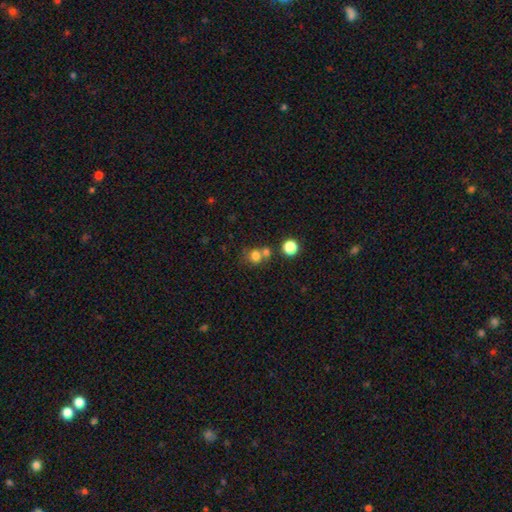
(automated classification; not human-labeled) Smooth or featured?
  - smooth: 74% *
  - star or artifact: 15%
  - featured or disk: 11%
How rounded?
  - round: 76% *
  - in between: 23%
  - cigar-shaped: 1%
Merging?
  - none: 46% *
  - merger: 39%
  - minor disturbance: 10%
  - major disturbance: 5%